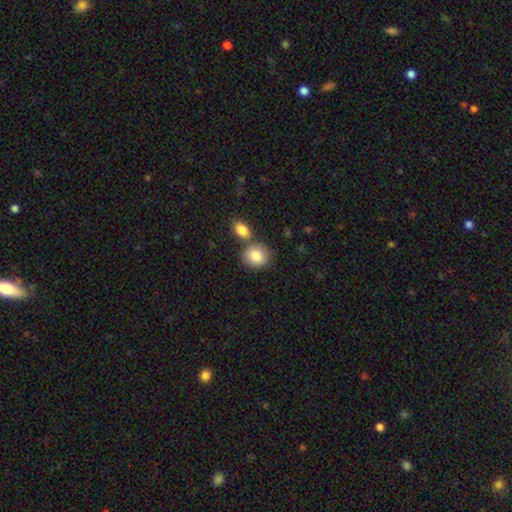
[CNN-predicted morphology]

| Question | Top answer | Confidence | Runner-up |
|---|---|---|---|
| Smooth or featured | smooth | 85% | featured or disk (8%) |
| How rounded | round | 68% | in between (31%) |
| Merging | none | 61% | merger (26%) |